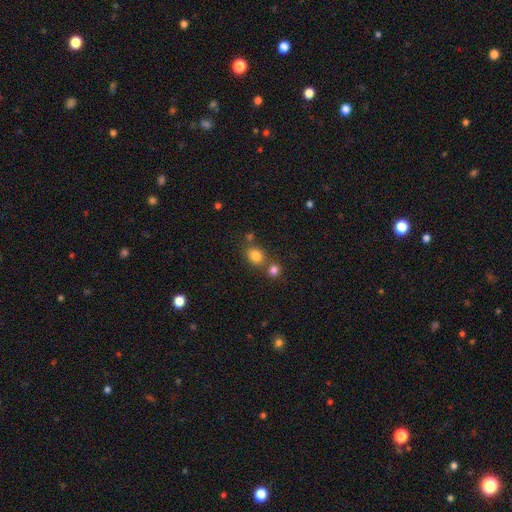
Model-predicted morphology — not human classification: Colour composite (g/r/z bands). It shows a smooth galaxy with no disk features (81%) that is round (62%). Merging: none (63%).